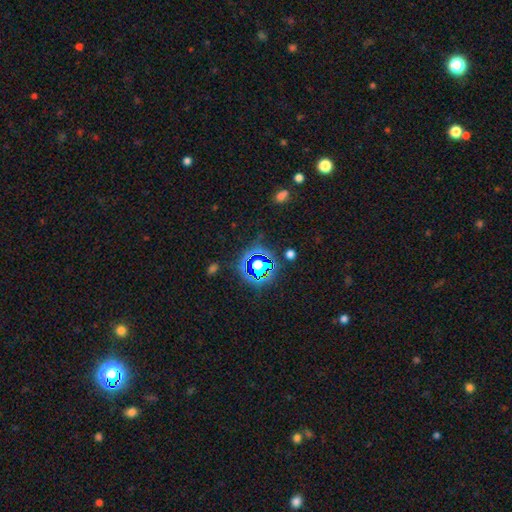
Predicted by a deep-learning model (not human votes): Smooth or featured?
  - star or artifact: 78% *
  - smooth: 15%
  - featured or disk: 8%